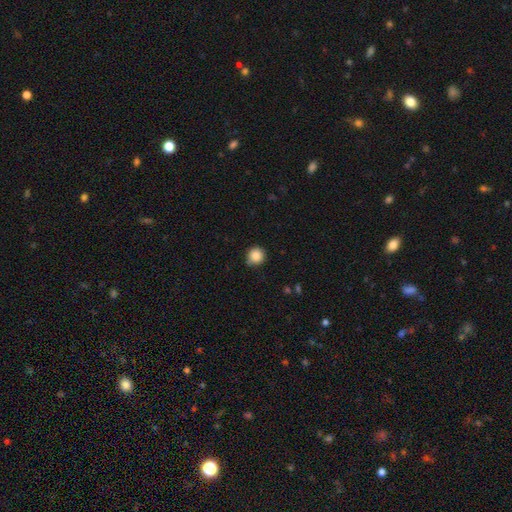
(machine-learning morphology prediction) A smooth galaxy with no disk features (86%) that is round (92%).

Vote fractions:
- Smooth or featured? smooth: 86% / star or artifact: 10% / featured or disk: 4%
- How rounded? round: 92% / in between: 7% / cigar-shaped: 1%
- Merging? none: 81% / minor disturbance: 15% / major disturbance: 2% / merger: 1%